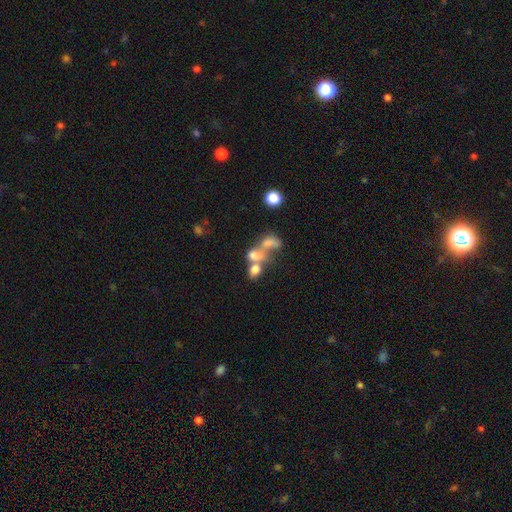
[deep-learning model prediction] Smooth or featured? smooth (61%)
How rounded? in between (73%)
Merging? merger (65%)